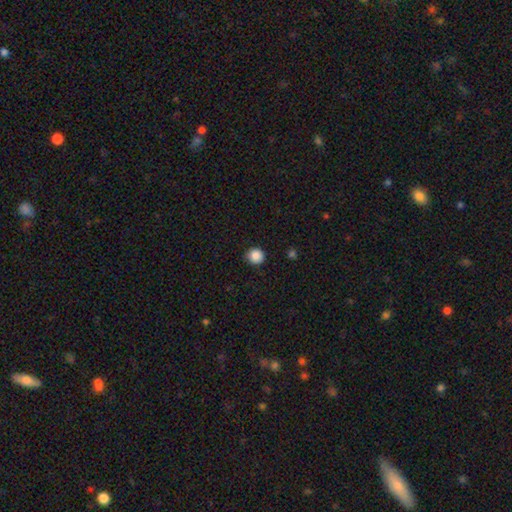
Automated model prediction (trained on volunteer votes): smooth-or-featured: smooth: 87% | star or artifact: 10% | featured or disk: 3%
  how-rounded: round: 93% | in between: 6% | cigar-shaped: 1%
  merging: none: 87% | minor disturbance: 9% | major disturbance: 2% | merger: 1%